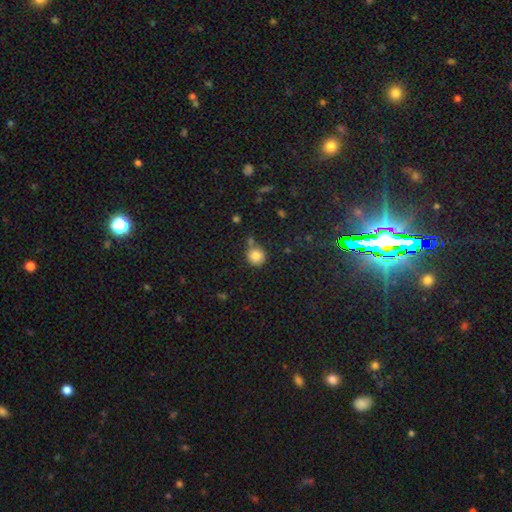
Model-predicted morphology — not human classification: Smooth or featured?
  - smooth: 84% *
  - star or artifact: 10%
  - featured or disk: 5%
How rounded?
  - round: 92% *
  - in between: 7%
  - cigar-shaped: 1%
Merging?
  - none: 68% *
  - merger: 15%
  - minor disturbance: 13%
  - major disturbance: 4%